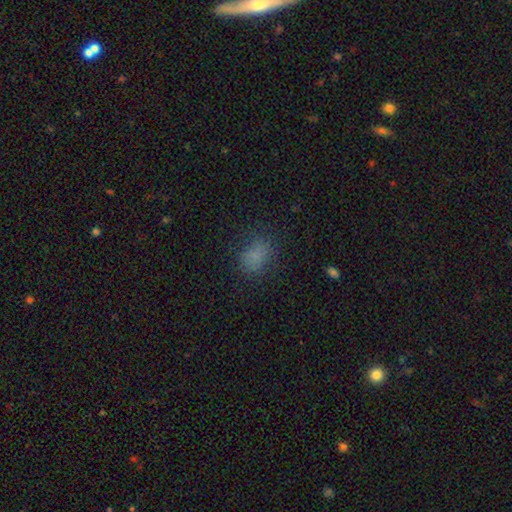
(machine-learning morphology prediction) type=smooth (78%); roundness=in between (70%); merging=none (72%).